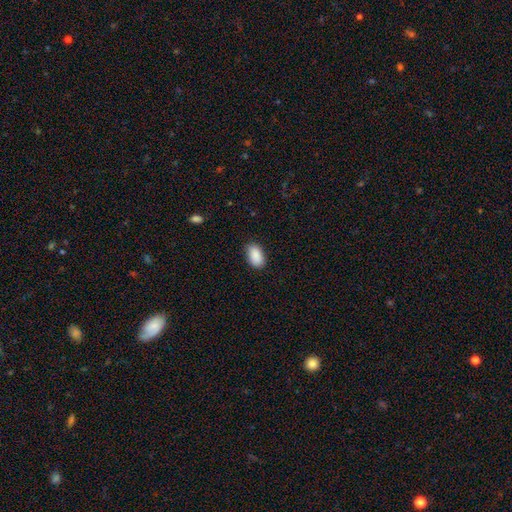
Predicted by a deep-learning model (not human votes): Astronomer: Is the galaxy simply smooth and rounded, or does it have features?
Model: smooth — 90%.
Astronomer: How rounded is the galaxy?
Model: in between — 94%.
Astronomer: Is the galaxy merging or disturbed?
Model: none — 85%.